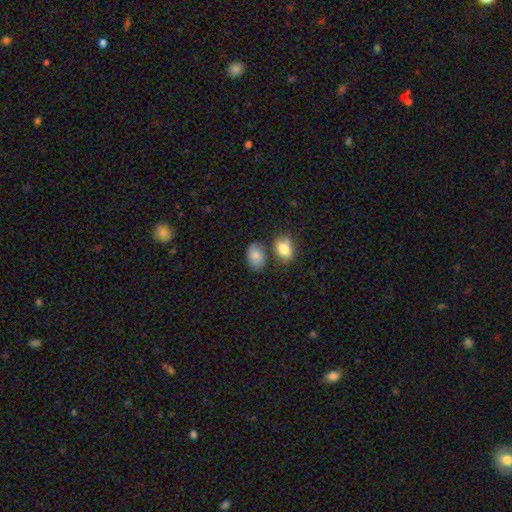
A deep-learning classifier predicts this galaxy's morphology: This appears to be a smooth galaxy with no disk features (81%) that is in between round and cigar-shaped (80%). Merging: none (59%).